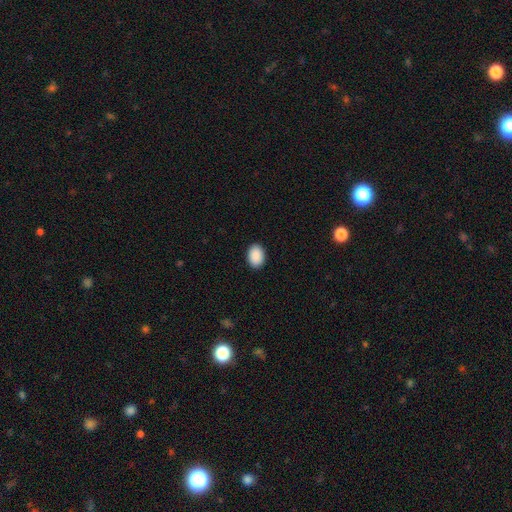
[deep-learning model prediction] Q: Smooth or featured?
A: smooth (91%); runner-up: star or artifact (7%)
Q: How rounded?
A: in between (82%); runner-up: round (17%)
Q: Merging?
A: none (91%); runner-up: minor disturbance (7%)